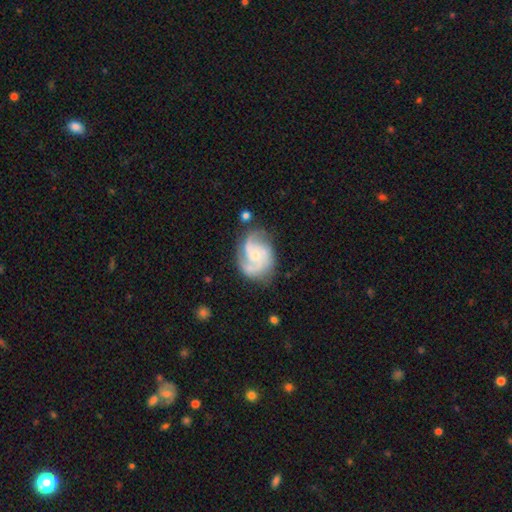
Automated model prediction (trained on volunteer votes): Morphology: type=featured or disk (85%); edge-on=no (98%); bar=no (68%); spiral arms=yes (97%); winding=medium (49%); arm count=3 (51%); bulge=small (63%); merging=none (68%).